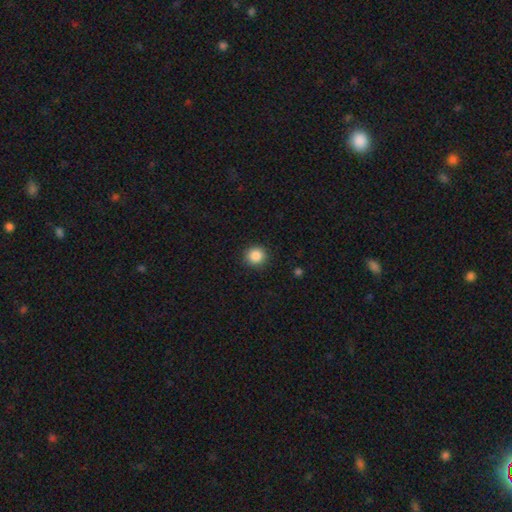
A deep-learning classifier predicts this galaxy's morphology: type=smooth (87%); roundness=round (93%); merging=none (91%).